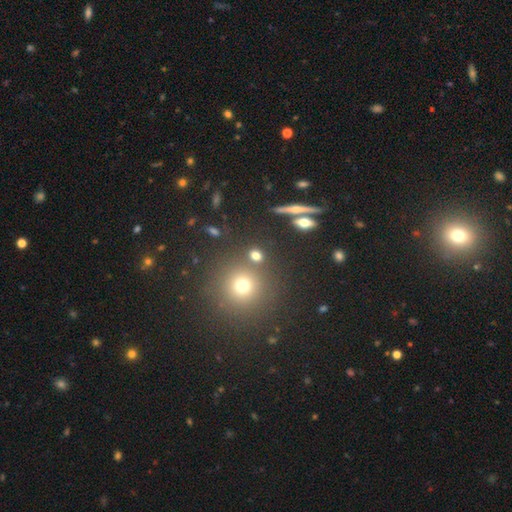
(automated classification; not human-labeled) A smooth galaxy with no disk features (69%) that is round (77%).

Vote fractions:
- Smooth or featured? smooth: 69% / star or artifact: 21% / featured or disk: 10%
- How rounded? round: 77% / in between: 20% / cigar-shaped: 3%
- Merging? none: 76% / merger: 11% / minor disturbance: 8% / major disturbance: 4%